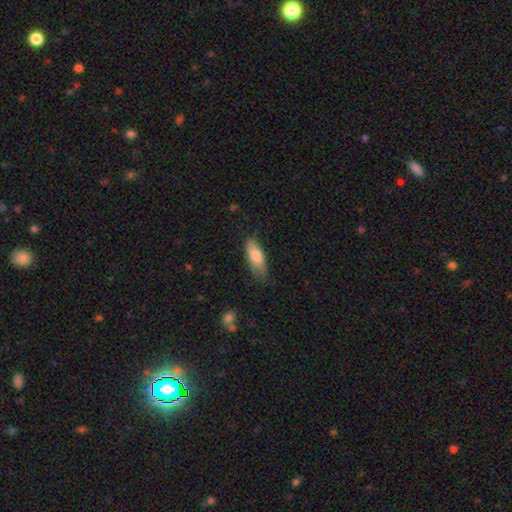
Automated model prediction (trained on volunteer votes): Smooth or featured? Predicted: smooth (p=0.79). How rounded? Predicted: in between (p=0.68). Merging? Predicted: none (p=0.65).